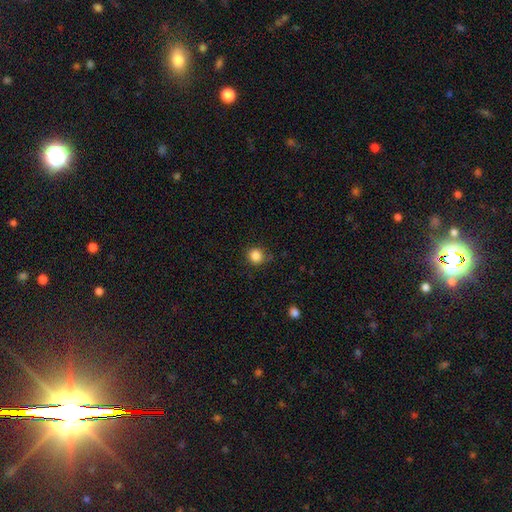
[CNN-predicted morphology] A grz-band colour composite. It shows a smooth galaxy with no disk features (85%) that is round (89%). Merging: none (83%).